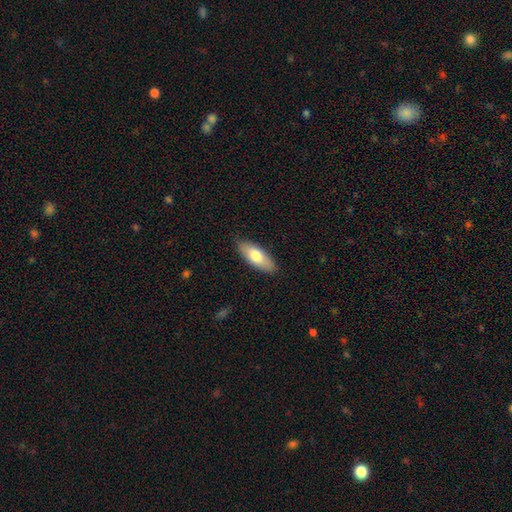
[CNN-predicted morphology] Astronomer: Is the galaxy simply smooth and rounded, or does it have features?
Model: smooth — 74%.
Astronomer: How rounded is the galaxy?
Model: in between — 76%.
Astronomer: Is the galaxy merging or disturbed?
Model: none — 84%.